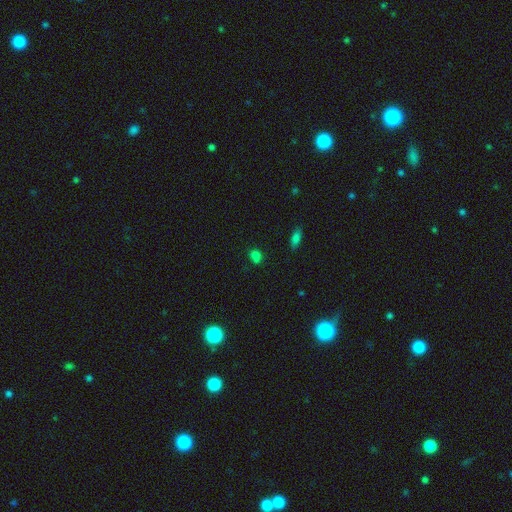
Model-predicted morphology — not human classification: smooth-or-featured: smooth: 69% | star or artifact: 25% | featured or disk: 6%
  how-rounded: round: 51% | in between: 46% | cigar-shaped: 3%
  merging: none: 64% | minor disturbance: 18% | merger: 12% | major disturbance: 6%